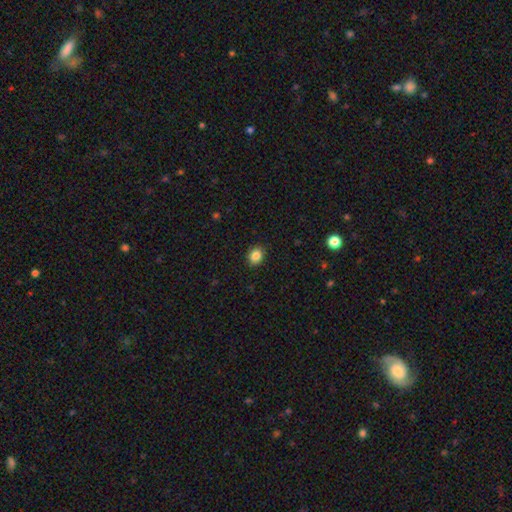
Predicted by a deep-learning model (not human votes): Smooth or featured? Predicted: smooth (p=0.85). How rounded? Predicted: round (p=0.59). Merging? Predicted: none (p=0.89).